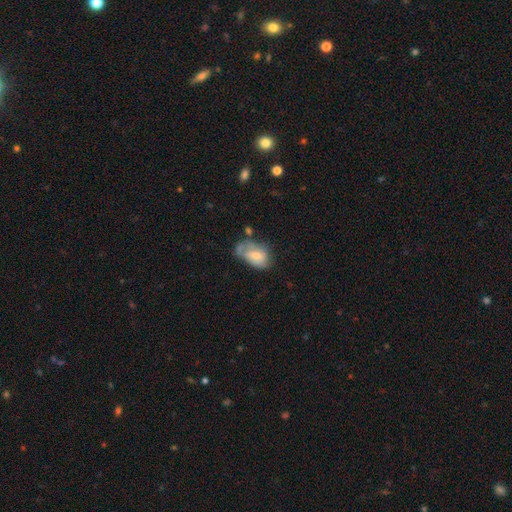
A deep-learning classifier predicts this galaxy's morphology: A smooth galaxy with no disk features (53%) that is in between round and cigar-shaped (88%). Merging: minor disturbance (34%).